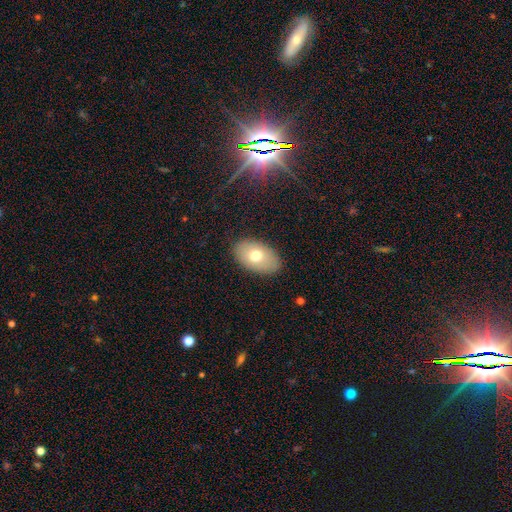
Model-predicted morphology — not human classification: A smooth galaxy with no disk features (71%) that is in between round and cigar-shaped (91%).

Vote fractions:
- Smooth or featured? smooth: 71% / featured or disk: 21% / star or artifact: 8%
- How rounded? in between: 91% / round: 7% / cigar-shaped: 1%
- Merging? none: 86% / minor disturbance: 10% / major disturbance: 3% / merger: 1%